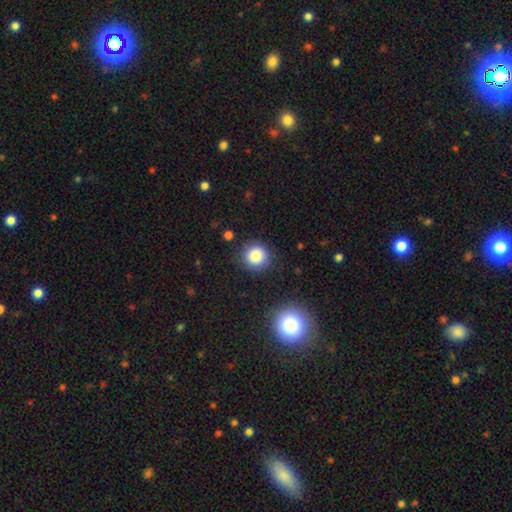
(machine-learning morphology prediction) Q: Smooth or featured?
A: smooth (82%); runner-up: star or artifact (11%)
Q: How rounded?
A: round (92%); runner-up: in between (7%)
Q: Merging?
A: none (87%); runner-up: minor disturbance (8%)